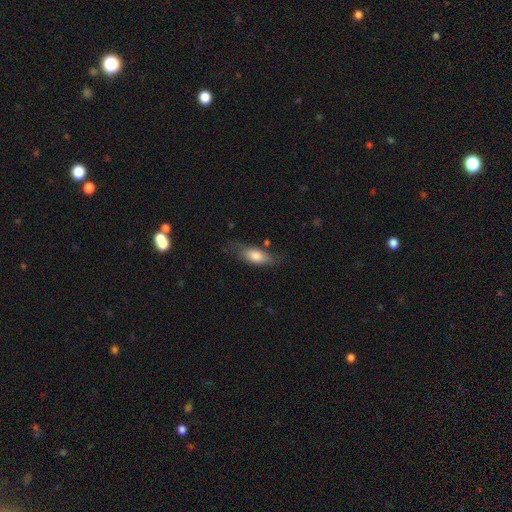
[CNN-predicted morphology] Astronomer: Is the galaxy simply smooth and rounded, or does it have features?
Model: smooth — 75%.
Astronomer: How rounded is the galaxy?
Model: in between — 74%.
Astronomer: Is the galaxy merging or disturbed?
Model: none — 65%.